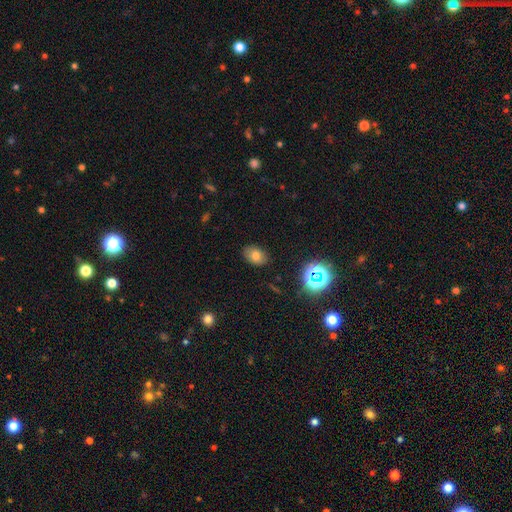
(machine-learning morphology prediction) Q: Smooth or featured?
A: smooth (73%); runner-up: star or artifact (16%)
Q: How rounded?
A: in between (79%); runner-up: round (20%)
Q: Merging?
A: none (85%); runner-up: minor disturbance (11%)